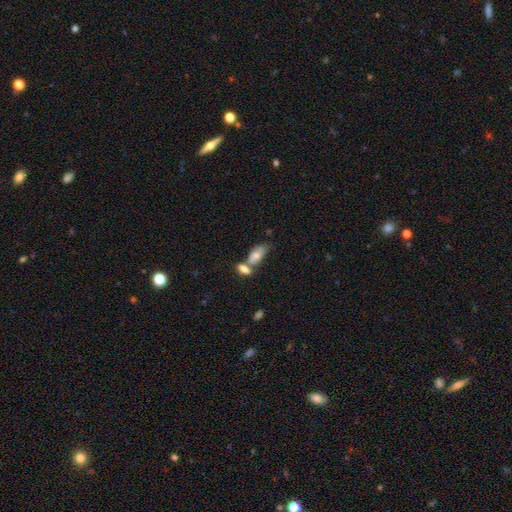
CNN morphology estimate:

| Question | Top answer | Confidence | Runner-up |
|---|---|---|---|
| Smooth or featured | smooth | 72% | featured or disk (20%) |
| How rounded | in between | 86% | cigar-shaped (9%) |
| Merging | merger | 52% | none (27%) |